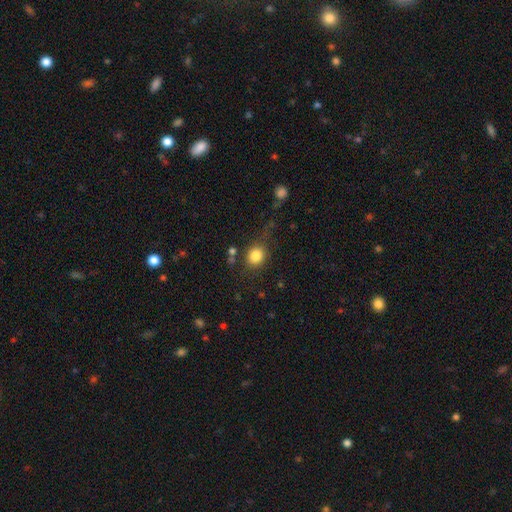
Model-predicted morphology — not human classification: Smooth or featured: smooth — 83% (star or artifact — 10%)
How rounded: round — 69% (in between — 30%)
Merging: none — 72% (minor disturbance — 16%)